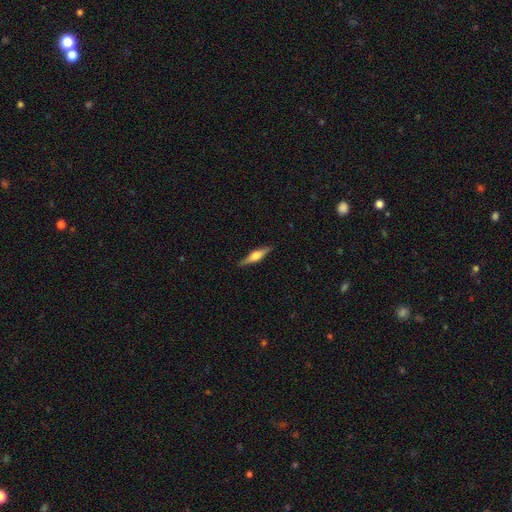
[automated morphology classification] type=featured or disk (61%); edge-on=yes (96%); edge-on bulge=rounded (89%); merging=none (89%).